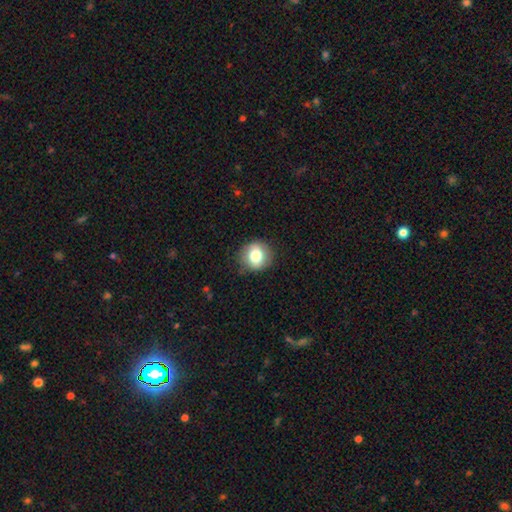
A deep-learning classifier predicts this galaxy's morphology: A smooth galaxy with no disk features (77%) that is round (87%). Merging: none (85%).